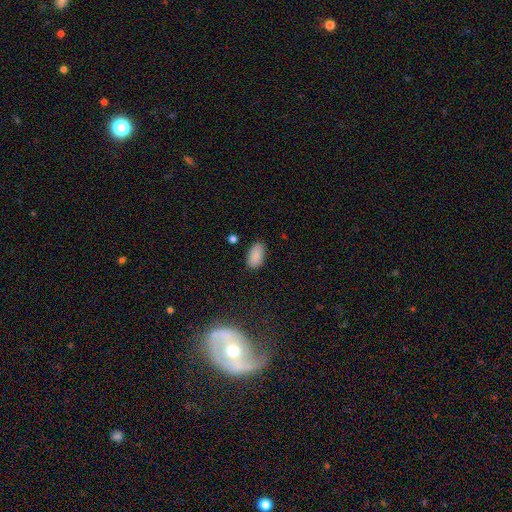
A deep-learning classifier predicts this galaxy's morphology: type=smooth (88%); roundness=in between (94%); merging=none (83%).